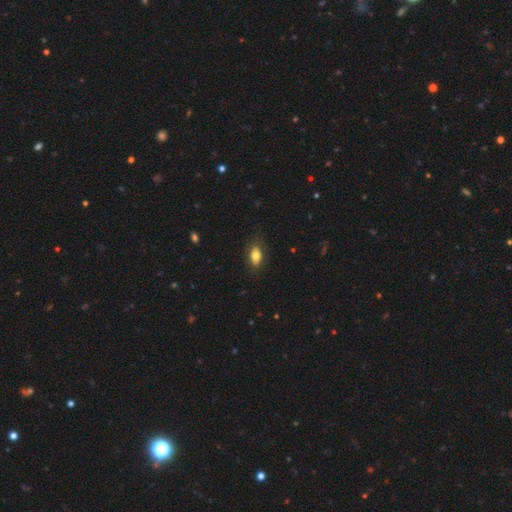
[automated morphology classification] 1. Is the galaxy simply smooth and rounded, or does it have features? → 79% smooth, 14% featured or disk, 8% star or artifact.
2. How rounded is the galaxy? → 89% in between, 7% round, 4% cigar-shaped.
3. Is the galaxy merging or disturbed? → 82% none, 14% minor disturbance, 4% major disturbance, 1% merger.